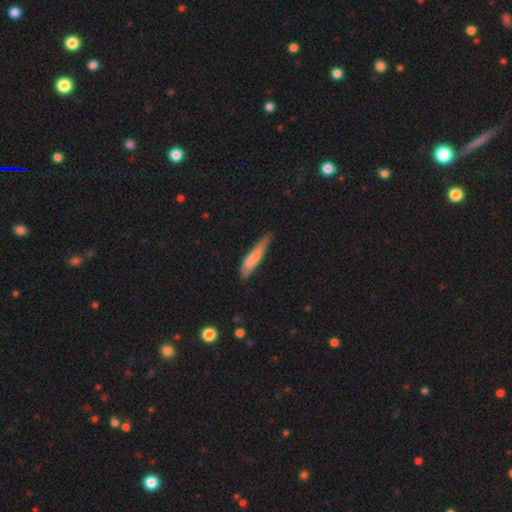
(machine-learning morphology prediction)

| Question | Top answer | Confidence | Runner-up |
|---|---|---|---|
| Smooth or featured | smooth | 74% | featured or disk (19%) |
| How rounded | cigar-shaped | 88% | in between (11%) |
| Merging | none | 55% | minor disturbance (35%) |